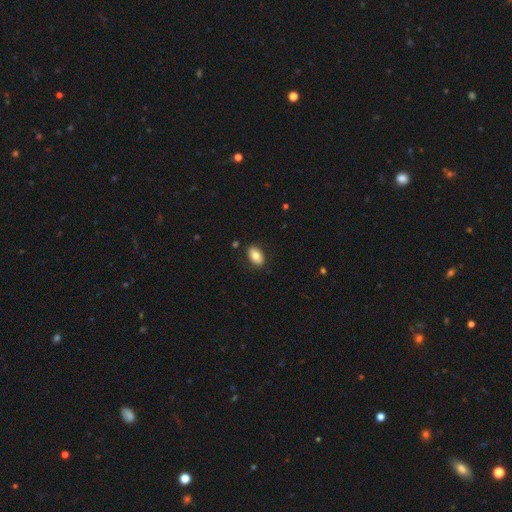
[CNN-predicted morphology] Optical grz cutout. It shows a smooth galaxy with no disk features (77%) that is in between round and cigar-shaped (90%). Merging: none (83%).